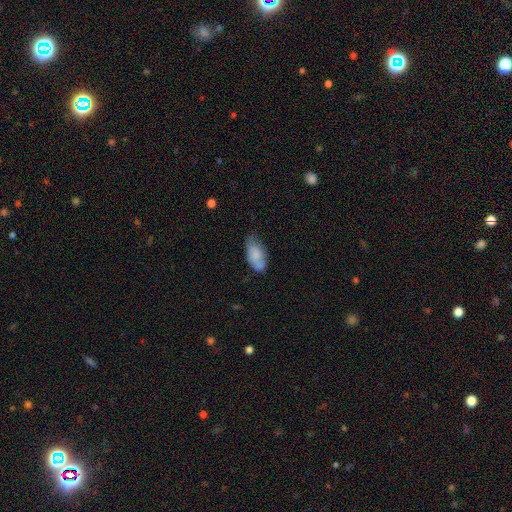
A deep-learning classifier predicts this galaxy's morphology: smooth-or-featured: smooth: 75% | featured or disk: 18% | star or artifact: 8%
  how-rounded: in between: 92% | cigar-shaped: 5% | round: 3%
  merging: none: 48% | minor disturbance: 34% | major disturbance: 9% | merger: 9%